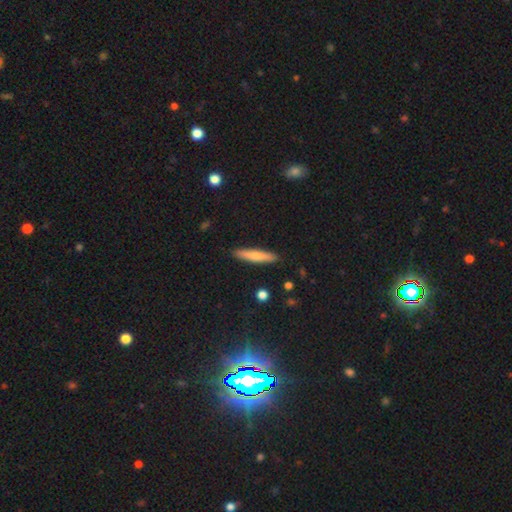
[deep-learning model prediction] Smooth or featured: smooth — 70% (featured or disk — 24%)
How rounded: cigar-shaped — 89% (in between — 10%)
Merging: none — 90% (minor disturbance — 7%)